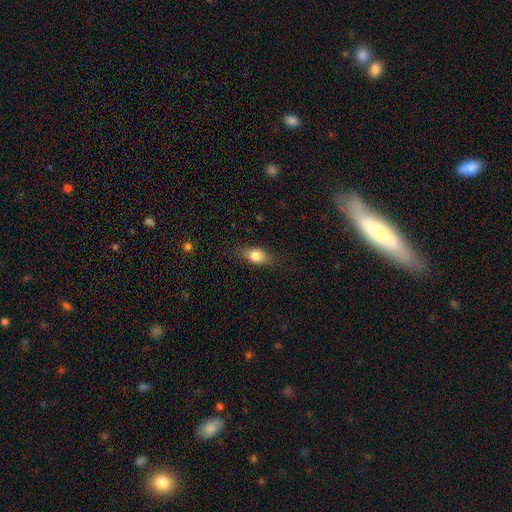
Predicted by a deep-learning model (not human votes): Q: Smooth or featured?
A: smooth (76%); runner-up: featured or disk (16%)
Q: How rounded?
A: in between (77%); runner-up: cigar-shaped (12%)
Q: Merging?
A: none (81%); runner-up: minor disturbance (15%)